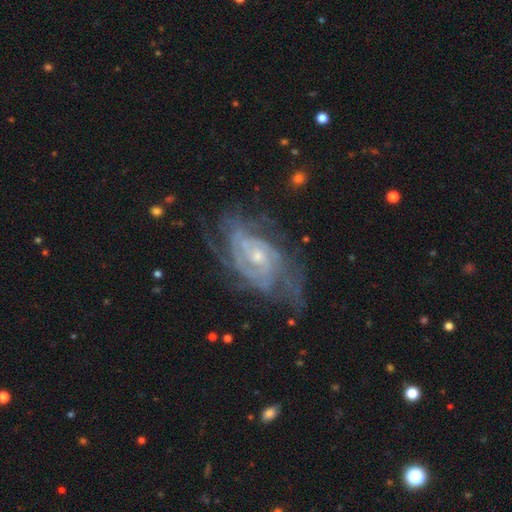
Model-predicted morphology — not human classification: This appears to be a featured or disk galaxy (87%) with no bar (61%), tight (63%) spiral arms (95%) and a small central bulge (62%). Merging: none (65%).